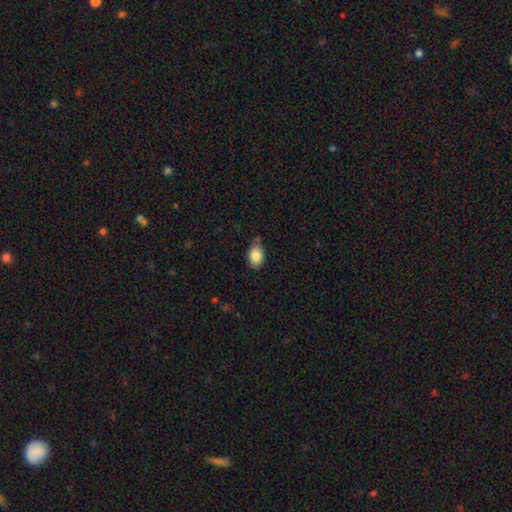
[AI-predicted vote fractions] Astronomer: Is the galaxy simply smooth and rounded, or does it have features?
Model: smooth — 85%.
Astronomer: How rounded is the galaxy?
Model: in between — 76%.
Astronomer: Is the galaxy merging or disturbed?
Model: none — 62%.